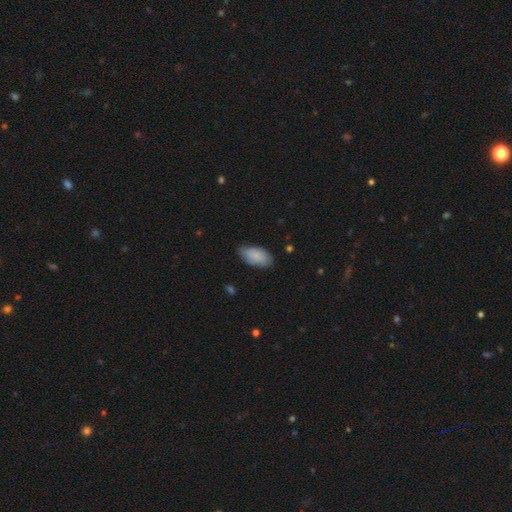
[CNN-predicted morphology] Q: Smooth or featured?
A: smooth (86%); runner-up: featured or disk (8%)
Q: How rounded?
A: in between (94%); runner-up: round (3%)
Q: Merging?
A: none (71%); runner-up: minor disturbance (24%)